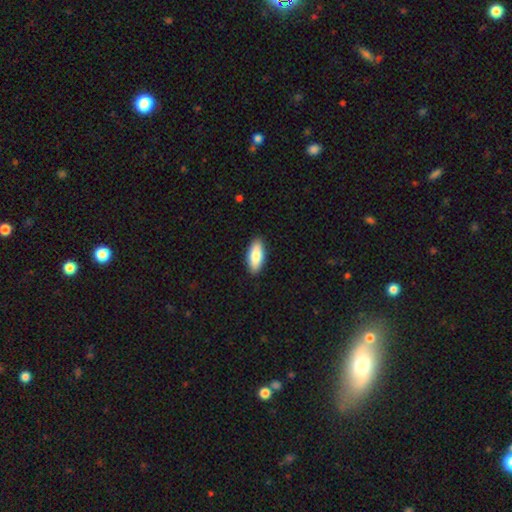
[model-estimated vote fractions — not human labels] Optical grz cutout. It shows a smooth galaxy with no disk features (82%) that is in between round and cigar-shaped (79%). Merging: none (90%).